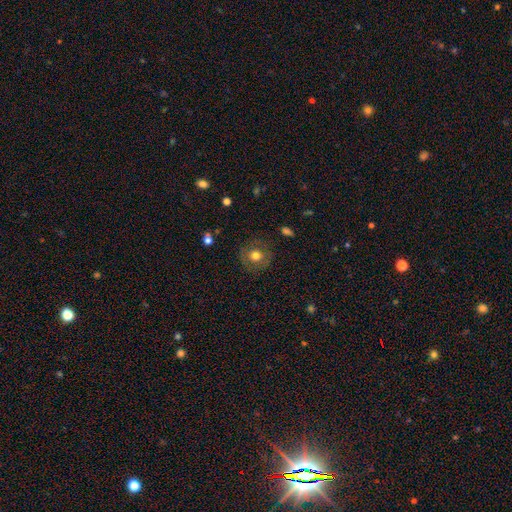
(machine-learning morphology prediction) The model was most divided on "smooth or featured": smooth: 64%, featured or disk: 26%, star or artifact: 10%. More confident: how rounded — round (90%); merging — none (84%).